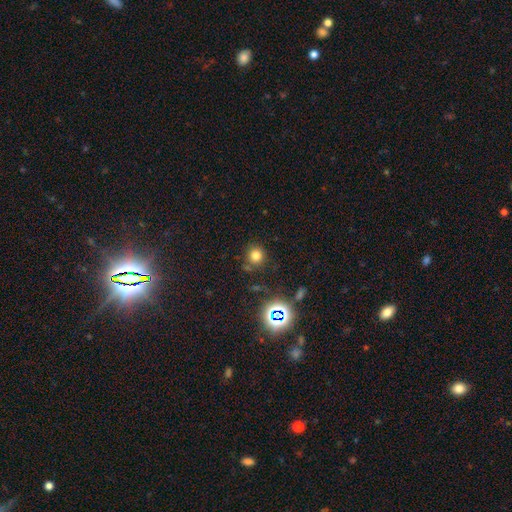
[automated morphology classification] This is likely a smooth galaxy (73%). How rounded: clearly round (91%). Merging: likely none (80%).